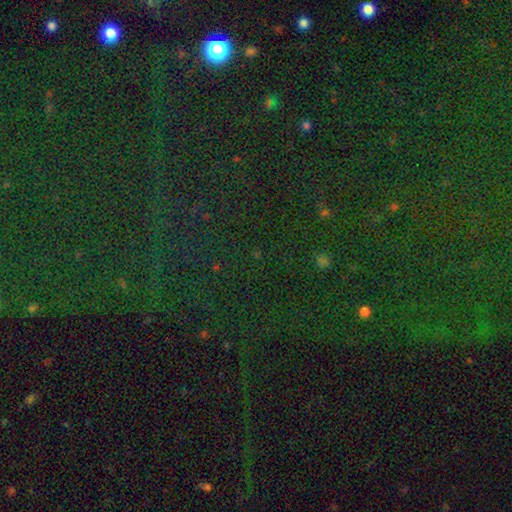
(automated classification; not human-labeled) Smooth or featured: star or artifact — 78% (smooth — 14%)